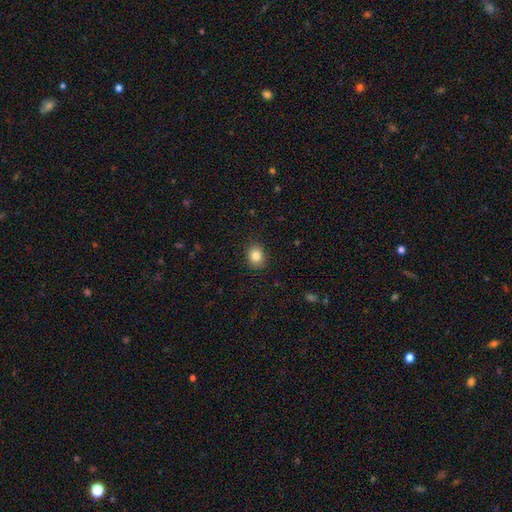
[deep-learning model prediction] Smooth or featured? Predicted: smooth (p=0.84). How rounded? Predicted: round (p=0.56). Merging? Predicted: none (p=0.89).